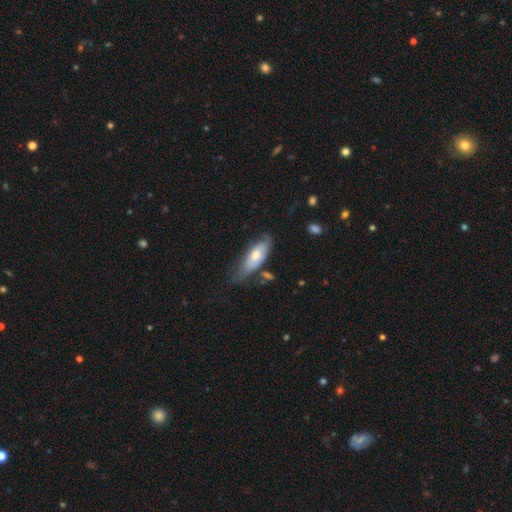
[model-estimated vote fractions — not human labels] Q: Smooth or featured?
A: smooth (59%); runner-up: featured or disk (35%)
Q: How rounded?
A: in between (72%); runner-up: cigar-shaped (26%)
Q: Merging?
A: none (49%); runner-up: minor disturbance (32%)